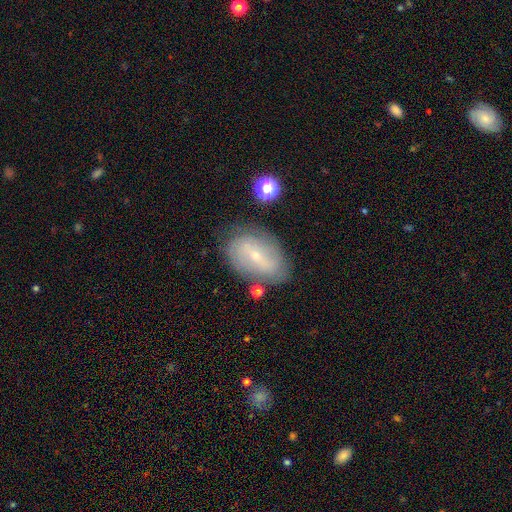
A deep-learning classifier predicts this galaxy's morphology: This is likely a featured or disk galaxy (63%). It is clearly not viewed edge-on (93%). Bar: marginally weak (40%). Spiral arm pattern: likely yes (66%). Central bulge: likely small (76%). Merging: likely none (74%).